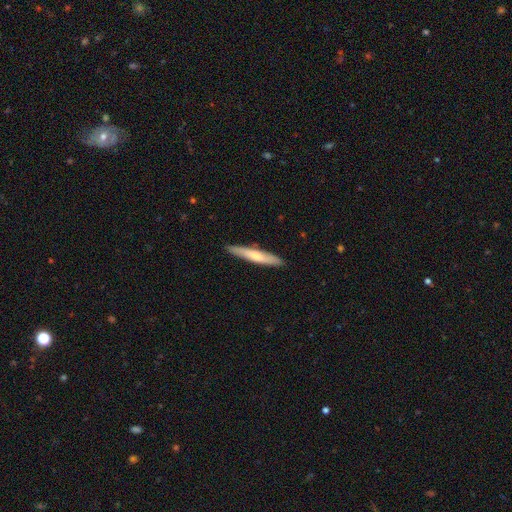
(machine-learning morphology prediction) This is likely a smooth galaxy (63%). How rounded: clearly cigar-shaped (92%). Merging: clearly none (89%).